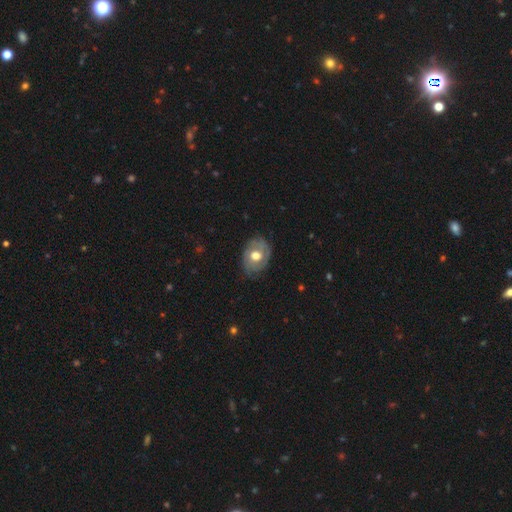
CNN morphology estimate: This appears to be a featured or disk galaxy (56%) with no bar (76%), spiral arms (52%) and a moderate central bulge (59%). Merging: none (72%).